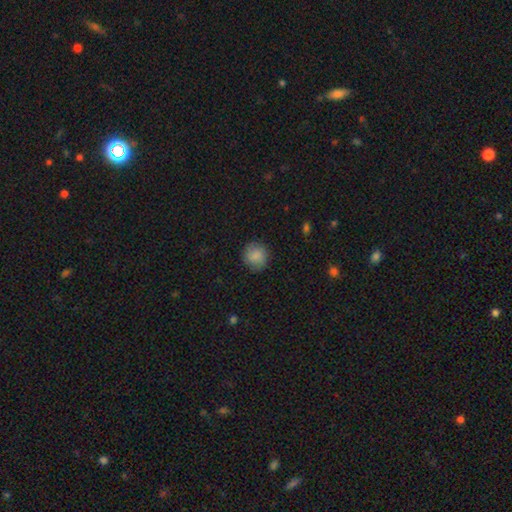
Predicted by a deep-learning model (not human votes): This appears to be a smooth galaxy with no disk features (86%) that is round (90%). Merging: none (85%).